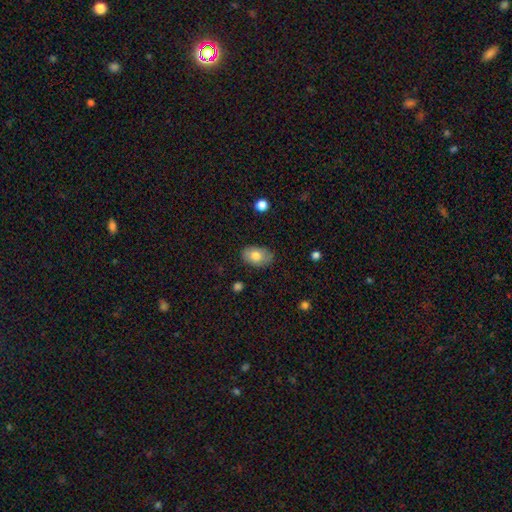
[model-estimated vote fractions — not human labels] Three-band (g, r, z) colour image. It shows a smooth galaxy with no disk features (78%) that is in between round and cigar-shaped (87%). Merging: none (80%).